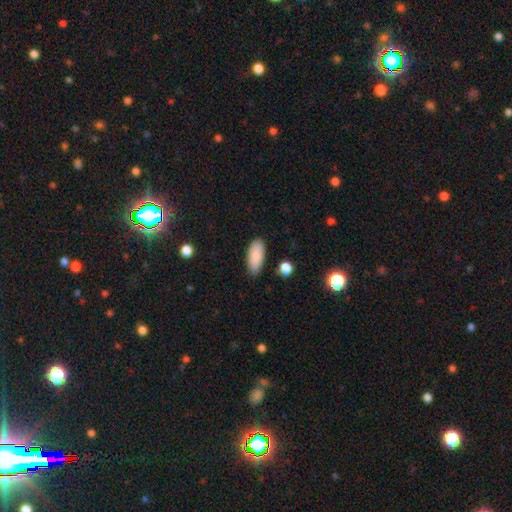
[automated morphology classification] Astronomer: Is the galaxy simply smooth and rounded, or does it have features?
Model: smooth — 88%.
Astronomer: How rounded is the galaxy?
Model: in between — 86%.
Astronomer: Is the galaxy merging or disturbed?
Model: none — 85%.